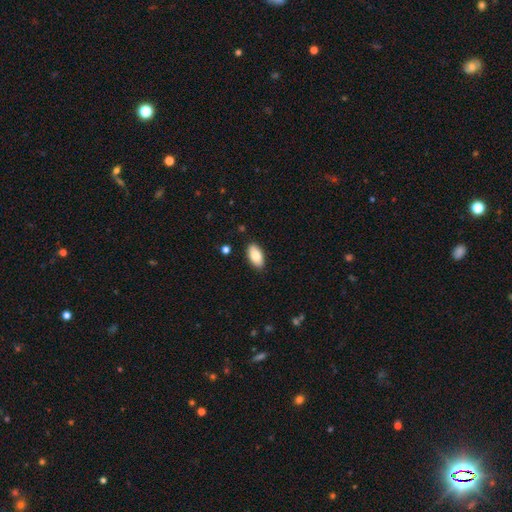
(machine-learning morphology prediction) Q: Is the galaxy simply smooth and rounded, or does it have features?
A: smooth — 83%.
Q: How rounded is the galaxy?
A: in between — 93%.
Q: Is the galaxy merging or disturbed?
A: none — 87%.